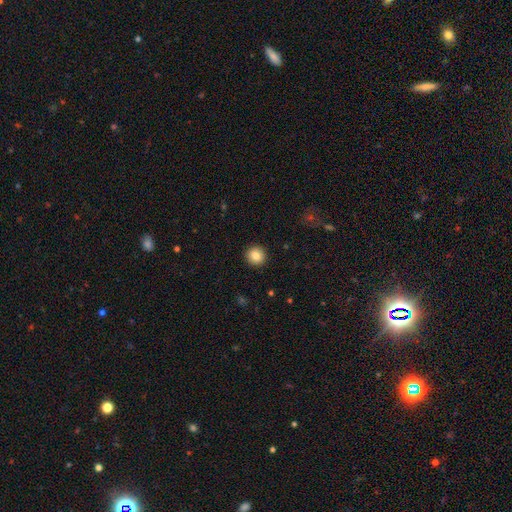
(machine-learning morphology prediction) Smooth or featured: smooth — 85% (star or artifact — 9%)
How rounded: round — 94% (in between — 5%)
Merging: none — 93% (minor disturbance — 4%)